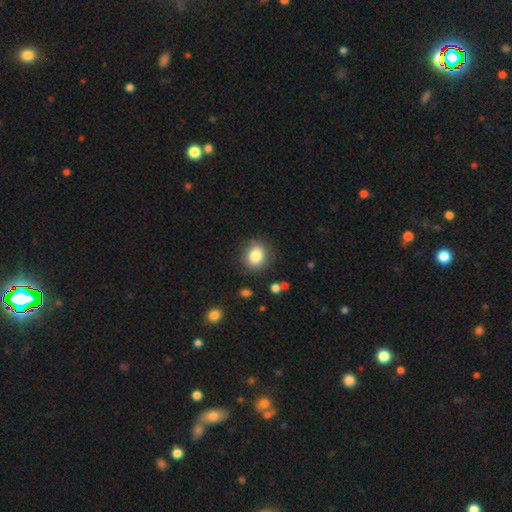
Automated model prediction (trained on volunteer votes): This appears to be a smooth galaxy with no disk features (84%) that is round (73%). Merging: none (86%).